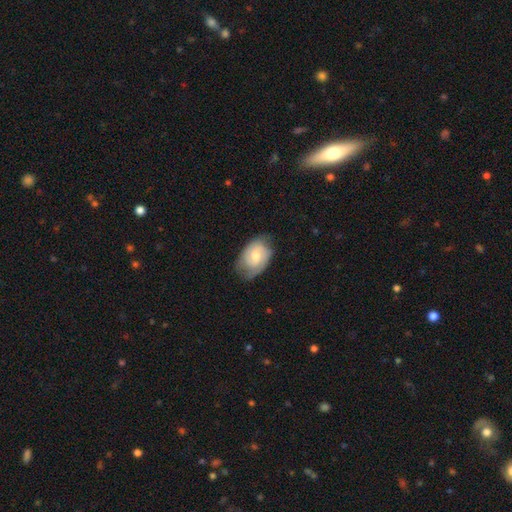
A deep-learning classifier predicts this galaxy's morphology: Overall: featured or disk (63%; smooth 31%). Edge-on disk: no (96%). Bar: no (55%; weak 39%). Spiral arms: yes (88%). Spiral arm count: 2 (59%; can't tell 23%). Spiral winding: tight (50%; medium 38%). Bulge size: moderate (59%; small 31%). Merging: none (64%; minor disturbance 27%).